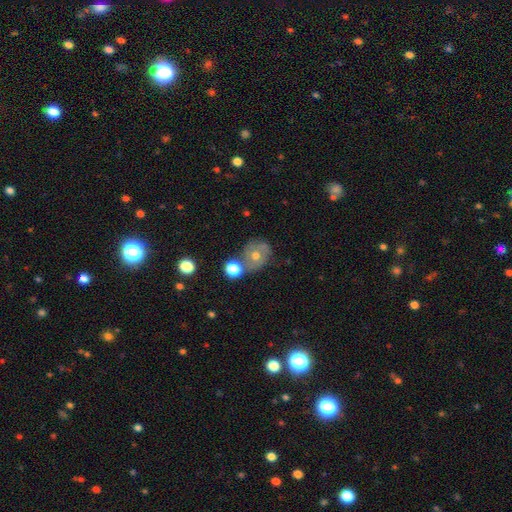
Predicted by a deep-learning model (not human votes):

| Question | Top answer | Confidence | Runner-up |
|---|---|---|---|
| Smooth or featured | smooth | 47% | featured or disk (39%) |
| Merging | none | 59% | minor disturbance (17%) |